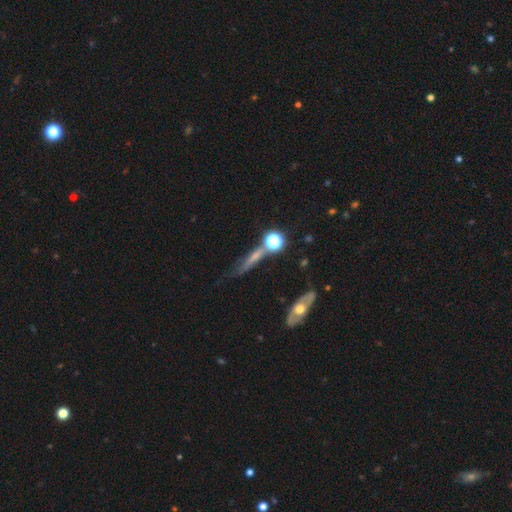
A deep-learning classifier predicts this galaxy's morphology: Smooth or featured?
  - smooth: 42% *
  - featured or disk: 39%
  - star or artifact: 19%
Merging?
  - none: 54% *
  - minor disturbance: 20%
  - merger: 14%
  - major disturbance: 11%